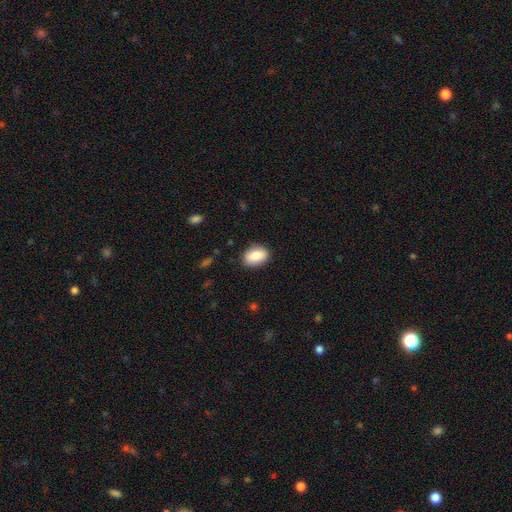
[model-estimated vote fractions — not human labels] A smooth galaxy with no disk features (86%) that is in between round and cigar-shaped (84%).

Vote fractions:
- Smooth or featured? smooth: 86% / featured or disk: 7% / star or artifact: 7%
- How rounded? in between: 84% / round: 15% / cigar-shaped: 2%
- Merging? none: 86% / minor disturbance: 10% / major disturbance: 2% / merger: 1%